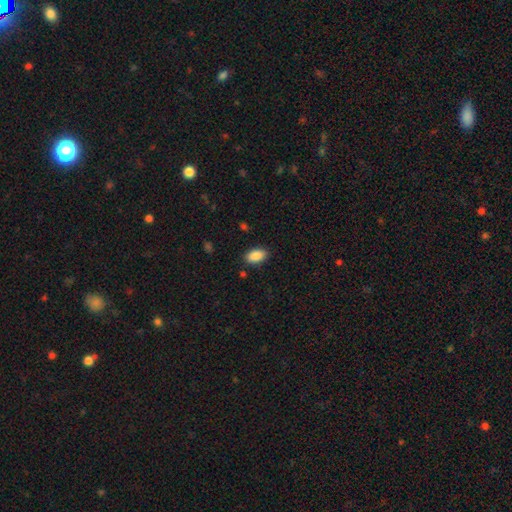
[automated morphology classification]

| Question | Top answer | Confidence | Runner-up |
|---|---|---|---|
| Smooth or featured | smooth | 89% | star or artifact (7%) |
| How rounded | in between | 93% | round (5%) |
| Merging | none | 87% | minor disturbance (9%) |